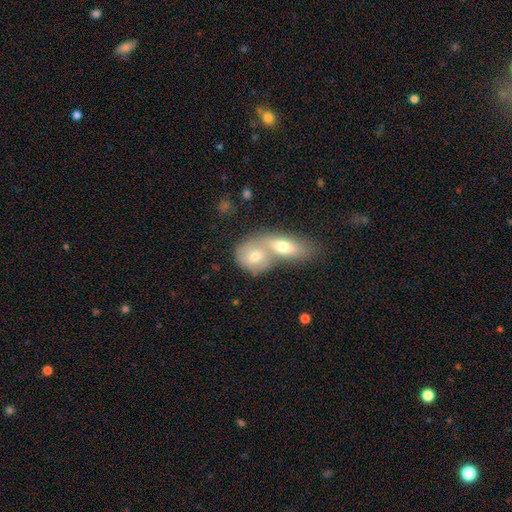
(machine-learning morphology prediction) Smooth or featured? Predicted: smooth (p=0.59). How rounded? Predicted: in between (p=0.53). Merging? Predicted: merger (p=0.70).